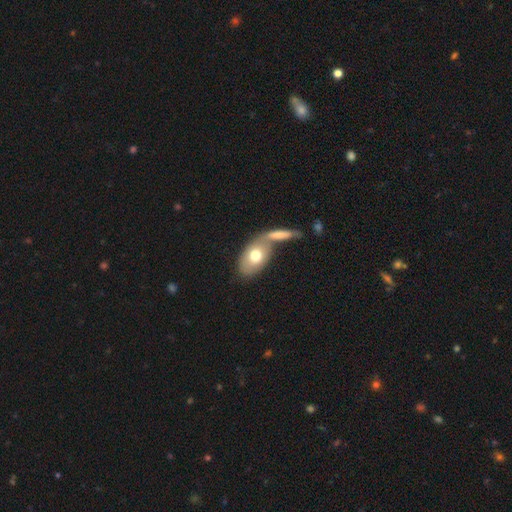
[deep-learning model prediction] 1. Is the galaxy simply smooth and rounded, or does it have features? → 67% smooth, 27% featured or disk, 6% star or artifact.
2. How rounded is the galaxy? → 88% in between, 8% round, 4% cigar-shaped.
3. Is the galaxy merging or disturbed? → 42% none (tied), 42% merger (tied), 12% minor disturbance, 5% major disturbance.